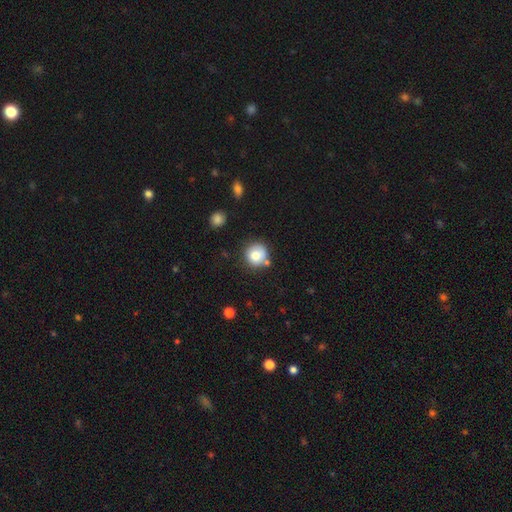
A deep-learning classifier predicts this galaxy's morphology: A smooth galaxy with no disk features (81%) that is round (92%). Merging: none (70%).